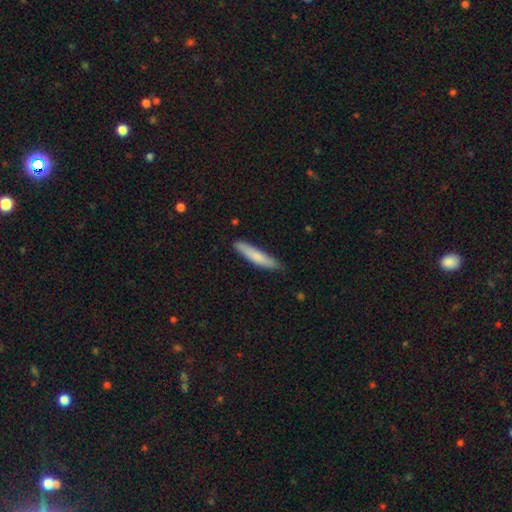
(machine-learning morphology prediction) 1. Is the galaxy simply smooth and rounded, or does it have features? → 77% smooth, 17% featured or disk, 5% star or artifact.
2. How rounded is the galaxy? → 89% cigar-shaped, 10% in between, 1% round.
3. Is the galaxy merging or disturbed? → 84% none, 13% minor disturbance, 2% major disturbance, 1% merger.